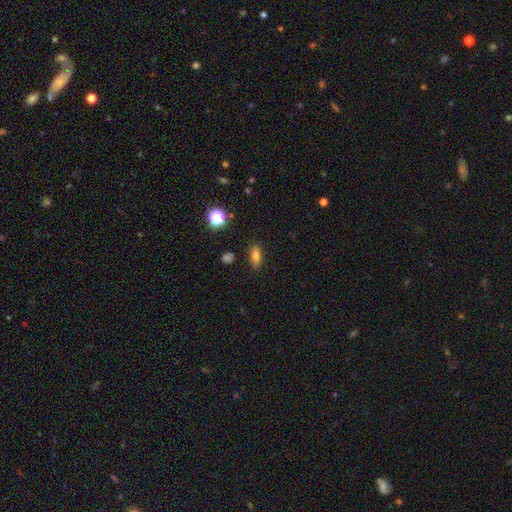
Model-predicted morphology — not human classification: Smooth or featured?
  - smooth: 74% *
  - featured or disk: 14%
  - star or artifact: 12%
How rounded?
  - in between: 70% *
  - cigar-shaped: 23%
  - round: 8%
Merging?
  - none: 86% *
  - minor disturbance: 10%
  - major disturbance: 3%
  - merger: 2%